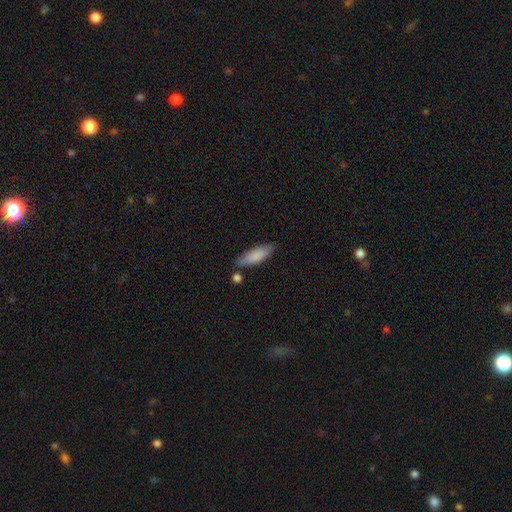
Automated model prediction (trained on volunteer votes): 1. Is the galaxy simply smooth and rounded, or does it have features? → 84% smooth, 10% featured or disk, 6% star or artifact.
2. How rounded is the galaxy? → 57% in between, 42% cigar-shaped, 2% round.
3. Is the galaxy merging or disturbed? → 72% none, 17% minor disturbance, 7% merger, 4% major disturbance.